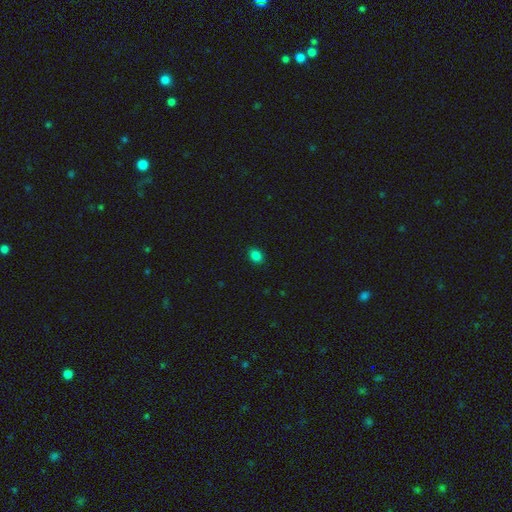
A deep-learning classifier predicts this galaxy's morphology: This appears to be a smooth galaxy with no disk features (83%) that is in between round and cigar-shaped (60%). Merging: none (90%).